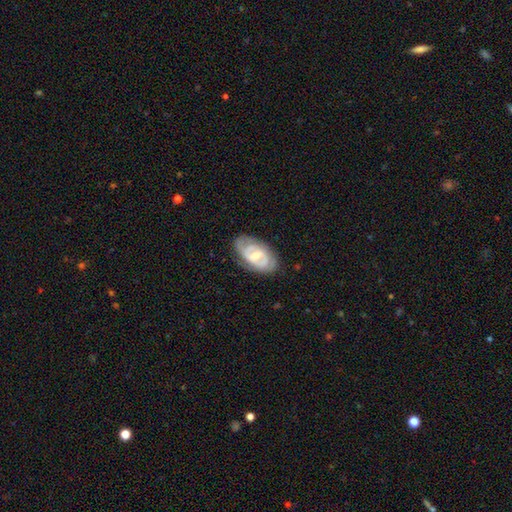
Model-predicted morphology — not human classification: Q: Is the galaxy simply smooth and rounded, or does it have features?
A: featured or disk — 78%.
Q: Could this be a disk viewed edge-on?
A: no — 96%.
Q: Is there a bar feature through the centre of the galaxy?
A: weak — 53%.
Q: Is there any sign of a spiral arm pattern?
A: yes — 89%.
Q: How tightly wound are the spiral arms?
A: tight — 55%.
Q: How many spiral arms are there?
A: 2 — 68%.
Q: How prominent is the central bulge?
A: small — 47%.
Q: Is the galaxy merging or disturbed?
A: none — 75%.